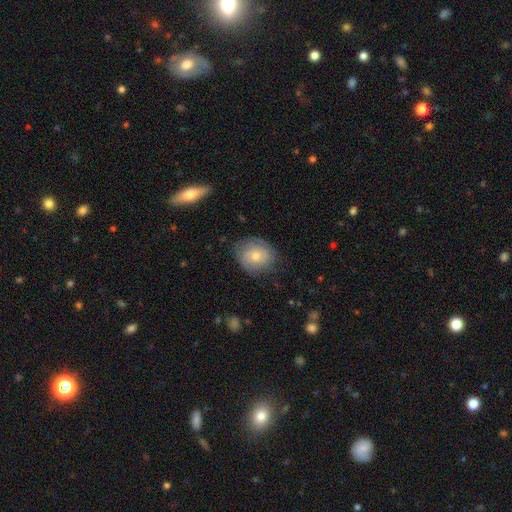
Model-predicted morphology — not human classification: A smooth galaxy with no disk features (54%) that is round (65%). Merging: none (74%).